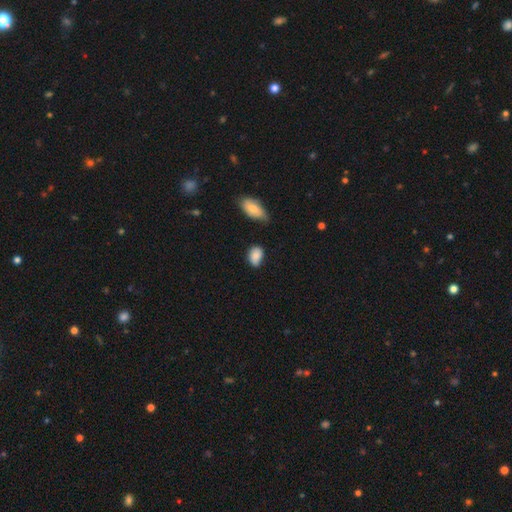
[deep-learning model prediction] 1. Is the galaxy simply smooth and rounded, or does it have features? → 84% smooth, 8% featured or disk, 8% star or artifact.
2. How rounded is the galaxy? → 80% in between, 18% round, 2% cigar-shaped.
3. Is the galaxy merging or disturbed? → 56% none, 34% minor disturbance, 7% major disturbance, 4% merger.